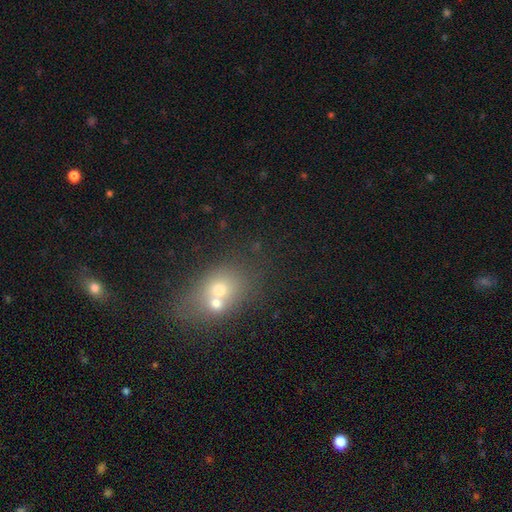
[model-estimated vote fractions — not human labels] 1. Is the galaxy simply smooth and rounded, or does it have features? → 53% smooth, 24% star or artifact, 24% featured or disk.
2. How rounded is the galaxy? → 52% round, 45% in between, 3% cigar-shaped.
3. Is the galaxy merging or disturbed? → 57% merger, 32% none, 7% minor disturbance, 4% major disturbance.